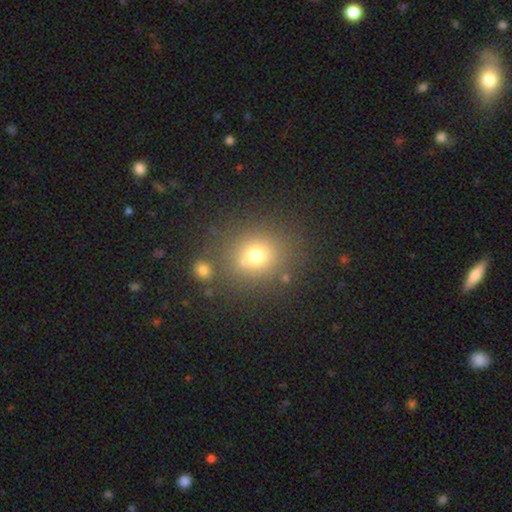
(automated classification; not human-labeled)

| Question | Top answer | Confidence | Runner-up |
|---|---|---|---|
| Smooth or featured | smooth | 69% | star or artifact (18%) |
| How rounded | round | 80% | in between (19%) |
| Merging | none | 72% | merger (13%) |